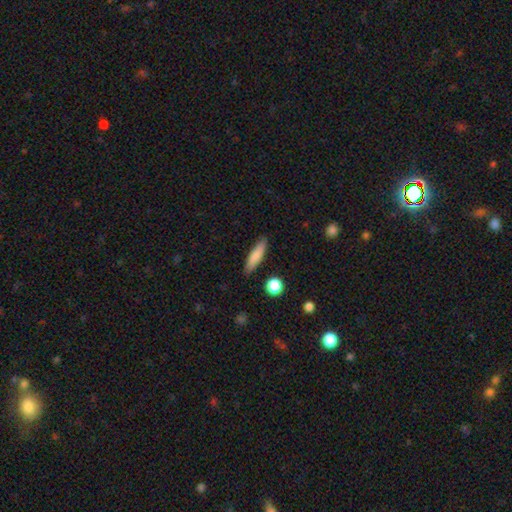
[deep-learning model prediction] Smooth or featured: smooth — 81% (featured or disk — 12%)
How rounded: cigar-shaped — 75% (in between — 23%)
Merging: none — 87% (minor disturbance — 9%)